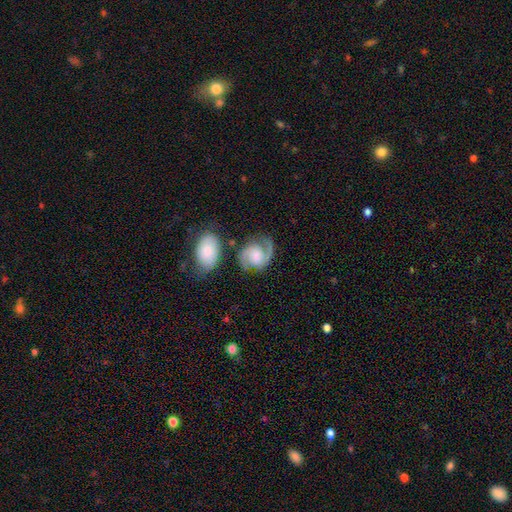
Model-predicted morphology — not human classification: Smooth or featured?
  - featured or disk: 82% *
  - smooth: 13%
  - star or artifact: 6%
Edge-on disk?
  - no: 98% *
  - yes: 2%
Bar?
  - no: 58% *
  - weak: 34%
  - strong: 9%
Spiral arms?
  - yes: 96% *
  - no: 4%
Spiral winding?
  - medium: 53% *
  - tight: 29%
  - loose: 19%
Spiral arm count?
  - 2: 89% *
  - 1: 5%
  - can't tell: 3%
  - 3: 1%
  - 4: 1%
  - more than 4: 1%
Bulge size?
  - moderate: 31% *
  - large: 28%
  - none: 20%
  - small: 17%
  - dominant: 4%
Merging?
  - none: 68% *
  - minor disturbance: 17%
  - major disturbance: 8%
  - merger: 7%